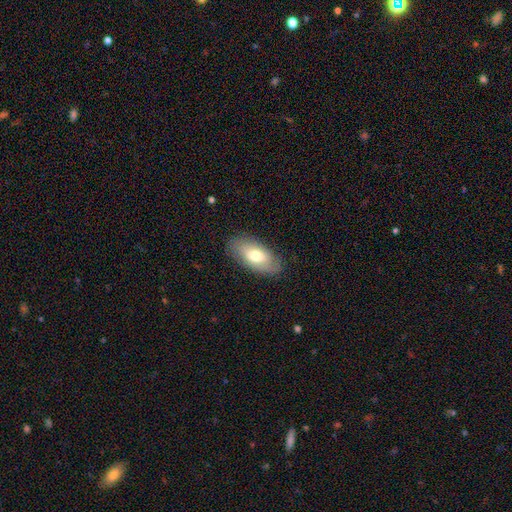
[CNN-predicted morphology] Smooth or featured: smooth — 66% (featured or disk — 28%)
How rounded: in between — 91% (cigar-shaped — 6%)
Merging: none — 82% (minor disturbance — 13%)